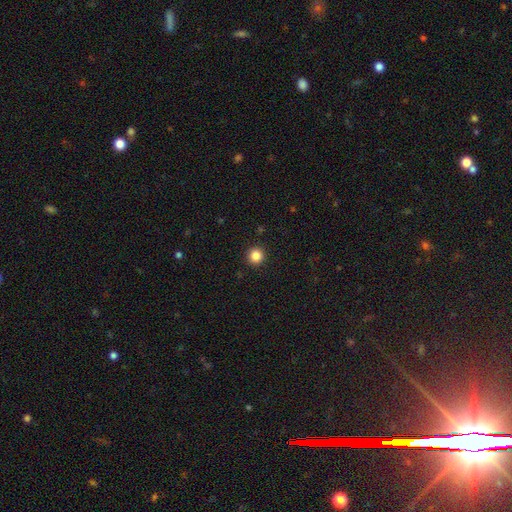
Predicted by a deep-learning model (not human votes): A smooth galaxy with no disk features (86%) that is round (95%).

Vote fractions:
- Smooth or featured? smooth: 86% / star or artifact: 11% / featured or disk: 3%
- How rounded? round: 95% / in between: 4% / cigar-shaped: 1%
- Merging? none: 93% / minor disturbance: 4% / major disturbance: 2% / merger: 1%